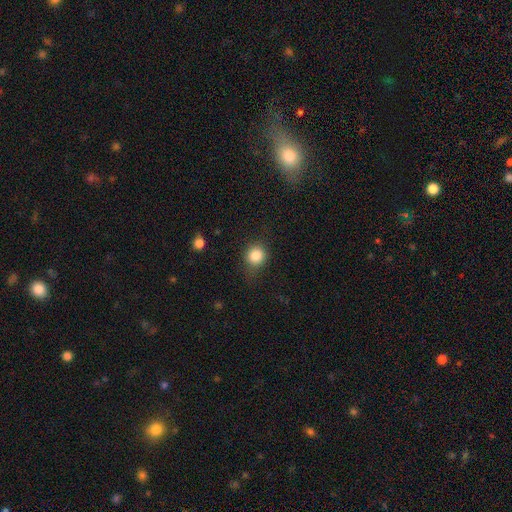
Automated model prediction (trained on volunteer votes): A smooth galaxy with no disk features (84%) that is round (83%).

Vote fractions:
- Smooth or featured? smooth: 84% / star or artifact: 11% / featured or disk: 6%
- How rounded? round: 83% / in between: 16% / cigar-shaped: 1%
- Merging? none: 74% / minor disturbance: 18% / major disturbance: 6% / merger: 2%